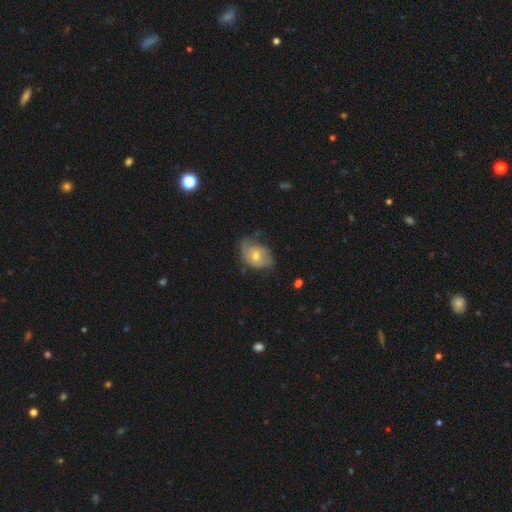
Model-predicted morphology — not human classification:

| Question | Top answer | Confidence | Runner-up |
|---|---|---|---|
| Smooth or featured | featured or disk | 54% | smooth (39%) |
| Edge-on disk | no | 96% | yes (4%) |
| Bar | no | 64% | weak (31%) |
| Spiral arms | yes | 77% | no (23%) |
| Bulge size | moderate | 57% | small (36%) |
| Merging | none | 48% | minor disturbance (33%) |